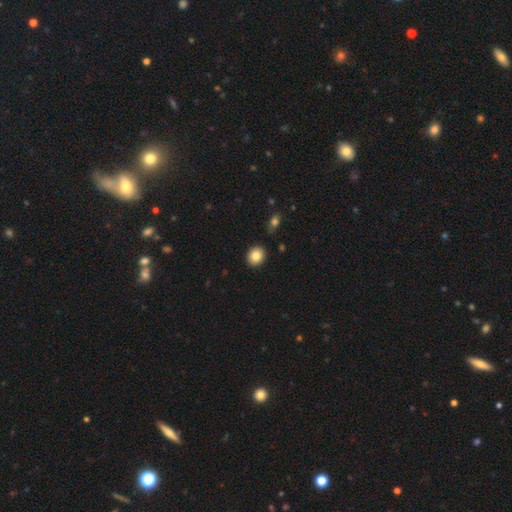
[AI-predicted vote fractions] Smooth or featured: smooth — 84% (star or artifact — 9%)
How rounded: round — 73% (in between — 26%)
Merging: none — 90% (minor disturbance — 6%)